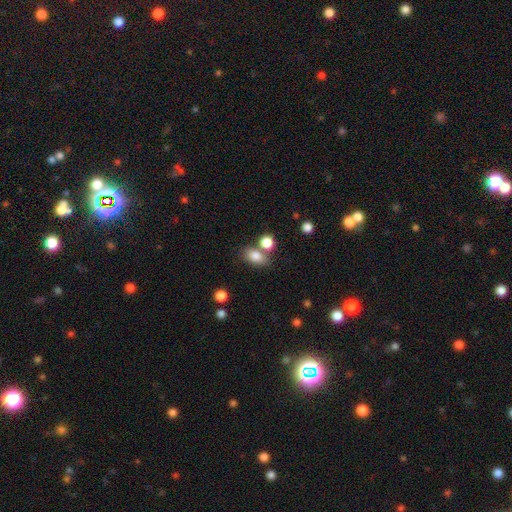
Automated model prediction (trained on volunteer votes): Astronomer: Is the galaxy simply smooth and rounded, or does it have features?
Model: smooth — 81%.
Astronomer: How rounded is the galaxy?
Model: in between — 78%.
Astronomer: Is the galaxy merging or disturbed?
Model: none — 61%.